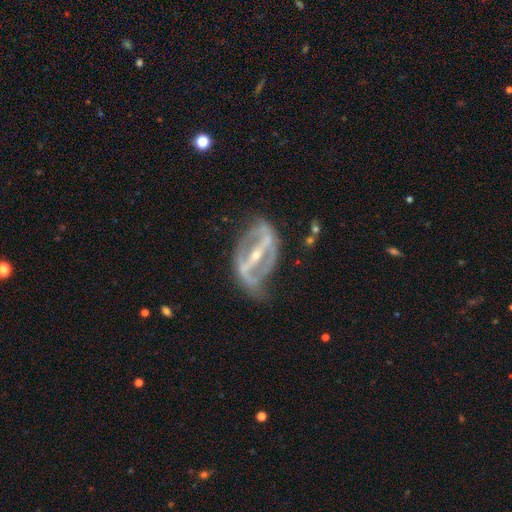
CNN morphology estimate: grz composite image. It shows a featured or disk galaxy (87%) with a strong bar (83%), 2 (74%) medium (41%) spiral arms (69%) and a small central bulge (66%). Merging: none (52%).